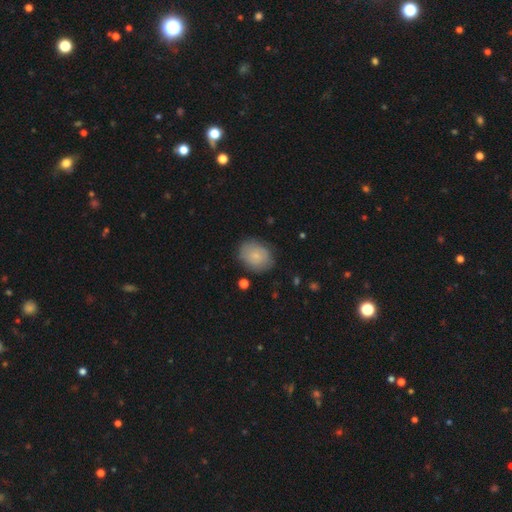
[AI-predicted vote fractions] Smooth or featured?
  - smooth: 74% *
  - featured or disk: 18%
  - star or artifact: 8%
How rounded?
  - in between: 51% *
  - round: 48%
  - cigar-shaped: 1%
Merging?
  - none: 78% *
  - minor disturbance: 16%
  - major disturbance: 4%
  - merger: 2%